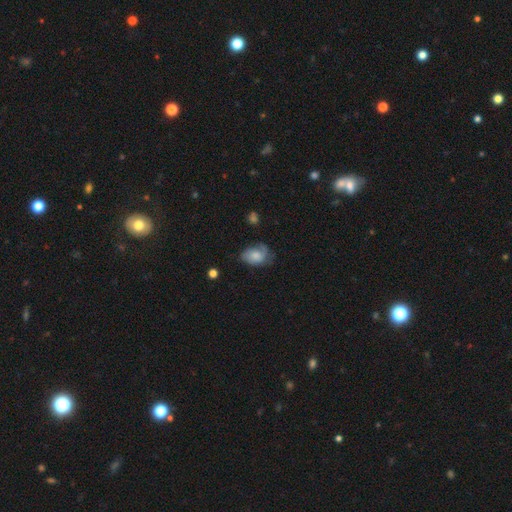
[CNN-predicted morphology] Smooth or featured? Predicted: smooth (p=0.60). How rounded? Predicted: in between (p=0.78). Merging? Predicted: none (p=0.44).